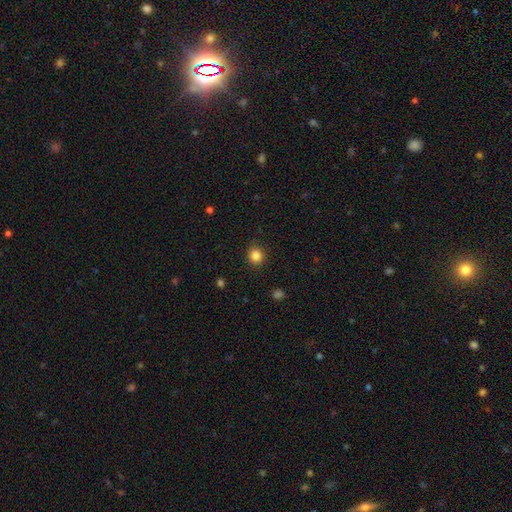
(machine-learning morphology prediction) Smooth or featured: smooth — 84% (star or artifact — 12%)
How rounded: round — 89% (in between — 10%)
Merging: none — 91% (minor disturbance — 6%)